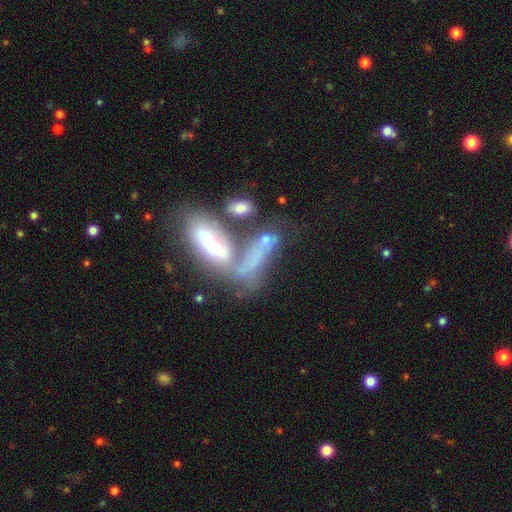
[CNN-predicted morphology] smooth 47%, featured or disk 41%, star or artifact 12%. Down the decision tree: merging — merger (54%).